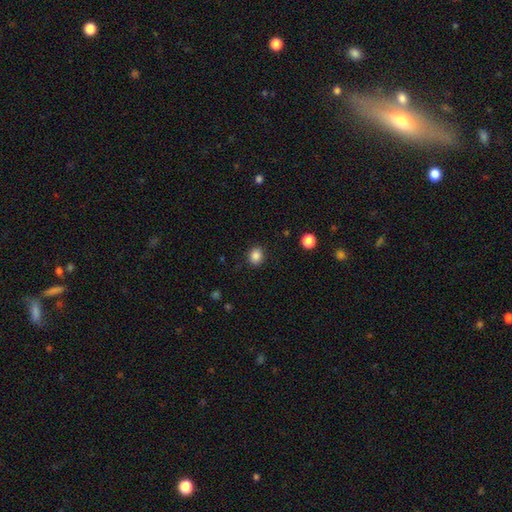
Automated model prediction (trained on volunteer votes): A smooth galaxy with no disk features (86%) that is round (74%). Merging: none (89%).